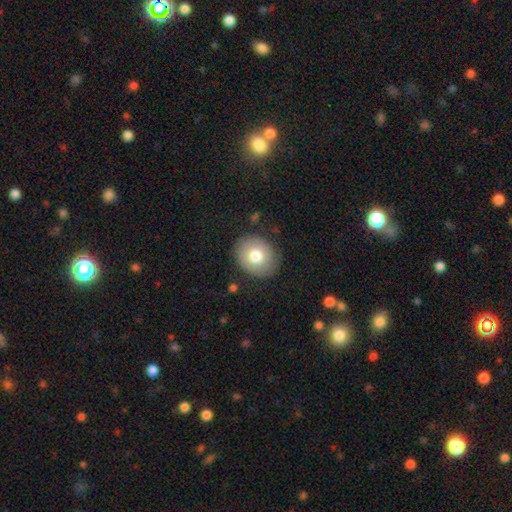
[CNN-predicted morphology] Q: Smooth or featured?
A: smooth (75%); runner-up: featured or disk (17%)
Q: How rounded?
A: round (59%); runner-up: in between (40%)
Q: Merging?
A: none (83%); runner-up: minor disturbance (12%)